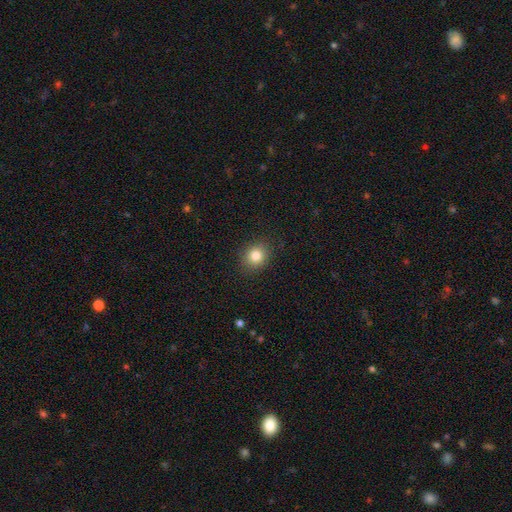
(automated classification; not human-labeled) Smooth or featured?
  - smooth: 82% *
  - star or artifact: 11%
  - featured or disk: 7%
How rounded?
  - round: 75% *
  - in between: 24%
  - cigar-shaped: 1%
Merging?
  - none: 89% *
  - minor disturbance: 8%
  - major disturbance: 2%
  - merger: 1%